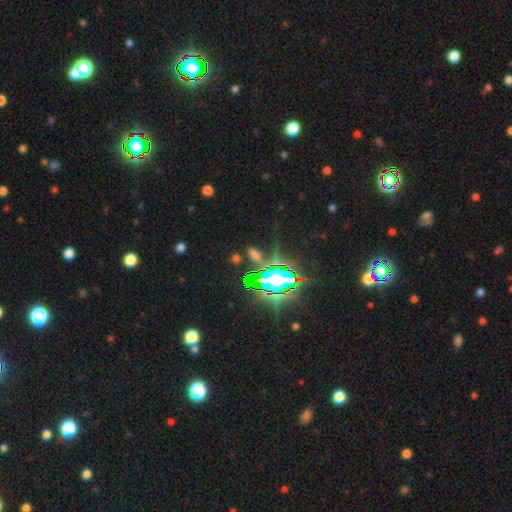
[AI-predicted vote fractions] star or artifact 58%, smooth 29%, featured or disk 13%.